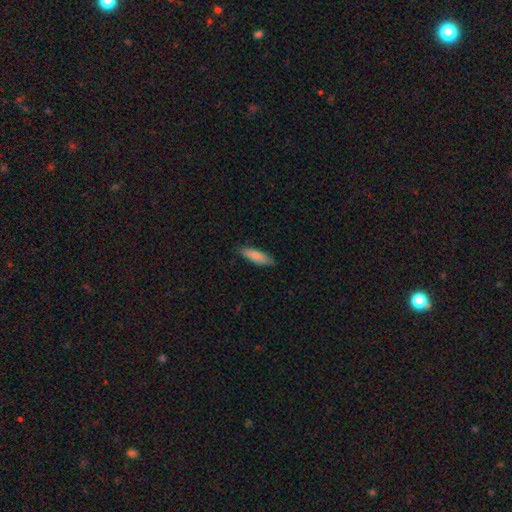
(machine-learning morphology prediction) smooth-or-featured: smooth: 84% | featured or disk: 10% | star or artifact: 5%
  how-rounded: cigar-shaped: 55% | in between: 43% | round: 1%
  merging: none: 83% | minor disturbance: 14% | major disturbance: 2% | merger: 1%